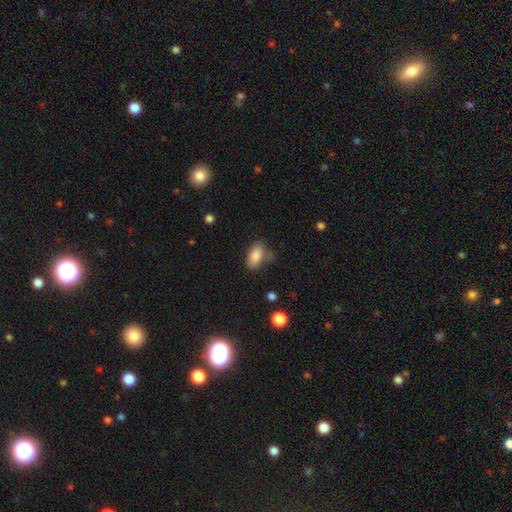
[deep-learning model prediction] This appears to be a smooth galaxy with no disk features (86%) that is in between round and cigar-shaped (92%). Merging: none (63%).